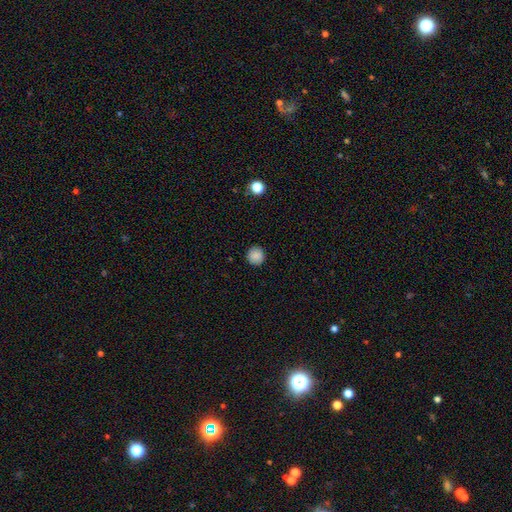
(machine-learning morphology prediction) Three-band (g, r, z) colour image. It shows a smooth galaxy with no disk features (88%) that is round (94%). Merging: none (92%).